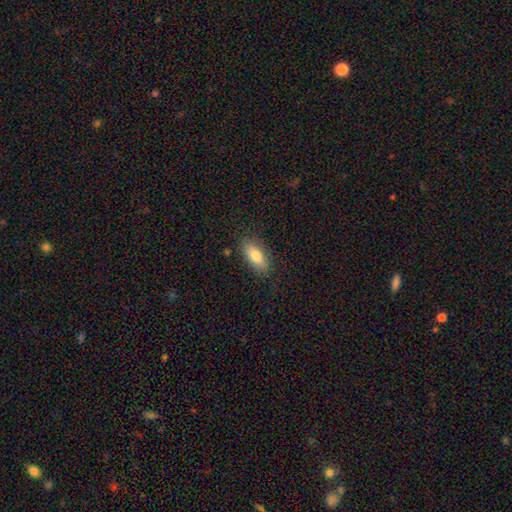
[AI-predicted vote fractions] This is clearly a smooth galaxy (81%). How rounded: likely in between (79%). Merging: clearly none (83%).